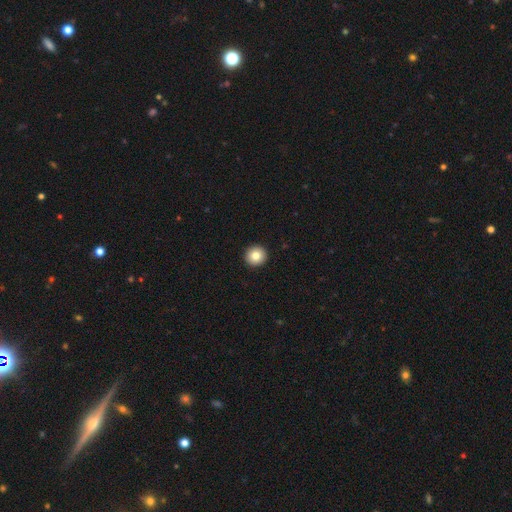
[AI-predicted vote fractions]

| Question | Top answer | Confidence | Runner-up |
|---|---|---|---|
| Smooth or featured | smooth | 83% | star or artifact (9%) |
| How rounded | round | 94% | in between (5%) |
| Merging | none | 94% | minor disturbance (4%) |